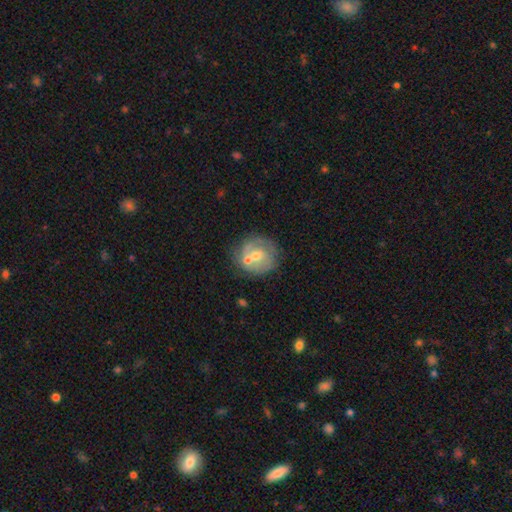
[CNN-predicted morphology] smooth_or_featured: featured or disk (p=0.49) [alt: smooth p=0.44]
merging: none (p=0.51) [alt: merger p=0.26]